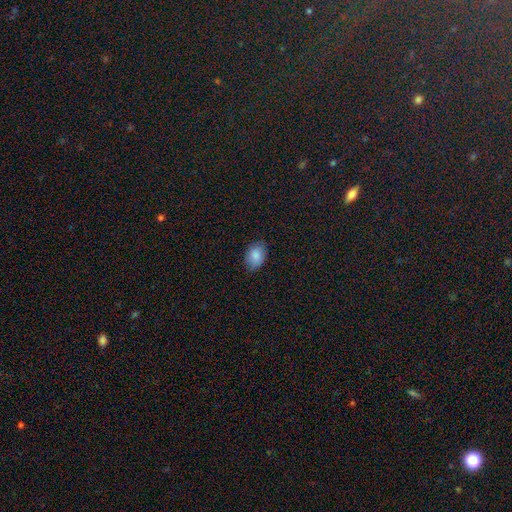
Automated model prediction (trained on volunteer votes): A smooth galaxy with no disk features (85%) that is in between round and cigar-shaped (85%).

Vote fractions:
- Smooth or featured? smooth: 85% / star or artifact: 8% / featured or disk: 7%
- How rounded? in between: 85% / round: 14% / cigar-shaped: 1%
- Merging? none: 76% / minor disturbance: 20% / major disturbance: 3% / merger: 1%